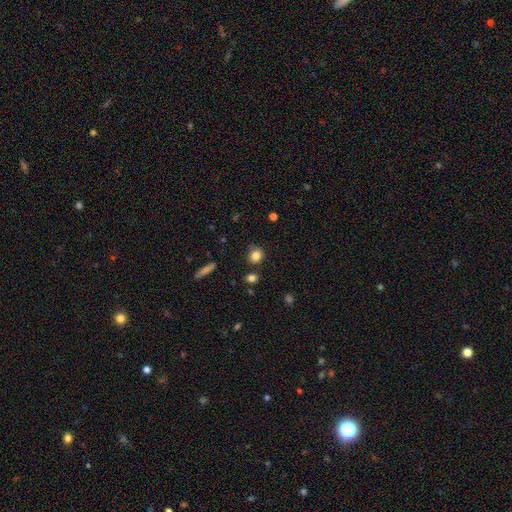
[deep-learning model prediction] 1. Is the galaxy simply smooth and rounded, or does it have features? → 83% smooth, 10% star or artifact, 6% featured or disk.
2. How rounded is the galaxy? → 86% round, 12% in between, 1% cigar-shaped.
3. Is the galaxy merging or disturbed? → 81% none, 12% minor disturbance, 4% merger, 3% major disturbance.